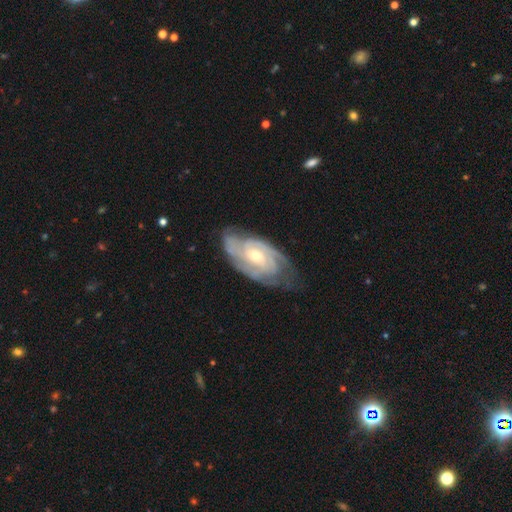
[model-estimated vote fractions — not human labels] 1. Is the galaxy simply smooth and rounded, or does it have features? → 86% featured or disk, 9% smooth, 5% star or artifact.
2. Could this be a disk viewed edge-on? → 95% no, 5% yes.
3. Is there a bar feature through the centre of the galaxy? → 56% no, 35% weak, 9% strong.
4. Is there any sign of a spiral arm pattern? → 96% yes, 4% no.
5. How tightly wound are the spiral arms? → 64% tight, 30% medium, 6% loose.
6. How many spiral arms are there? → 29% 2, 28% can't tell, 25% 3, 10% 4, 4% 1, 4% more than 4.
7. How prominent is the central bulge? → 51% moderate, 46% small, 2% large, 1% none, 1% dominant.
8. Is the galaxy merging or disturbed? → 68% none, 23% minor disturbance, 8% major disturbance, 1% merger.